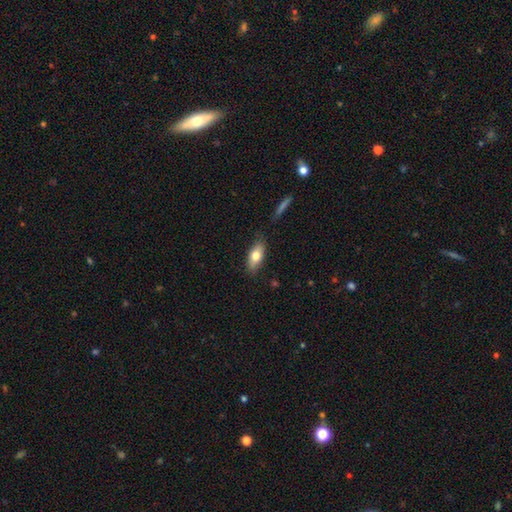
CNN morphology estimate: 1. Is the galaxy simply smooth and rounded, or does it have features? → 73% smooth, 20% featured or disk, 7% star or artifact.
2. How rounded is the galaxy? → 82% in between, 14% cigar-shaped, 4% round.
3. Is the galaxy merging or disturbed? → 80% none, 15% minor disturbance, 3% major disturbance, 2% merger.